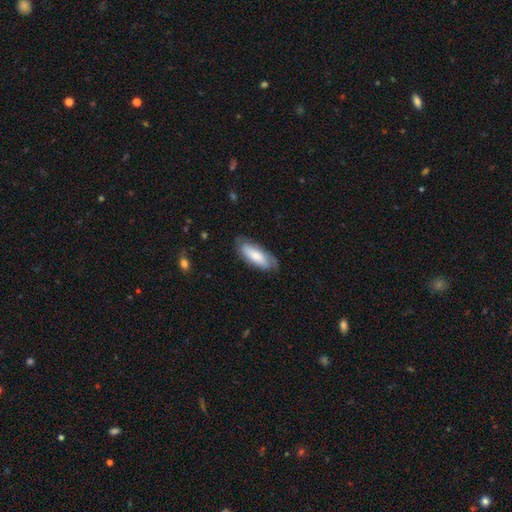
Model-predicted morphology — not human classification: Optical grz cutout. It shows a smooth galaxy with no disk features (63%) that is in between round and cigar-shaped (70%). Merging: none (74%).